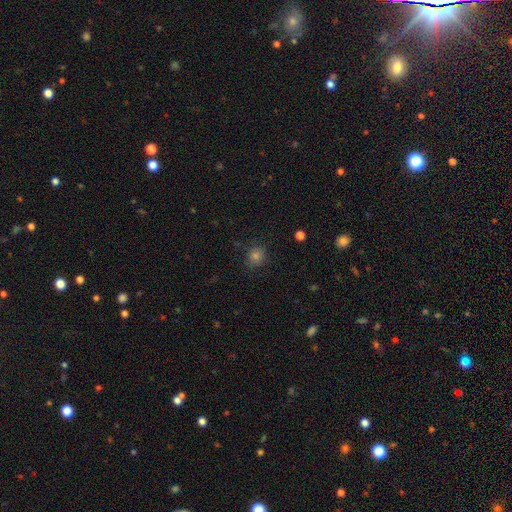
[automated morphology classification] type=smooth (73%); roundness=round (85%); merging=none (86%).